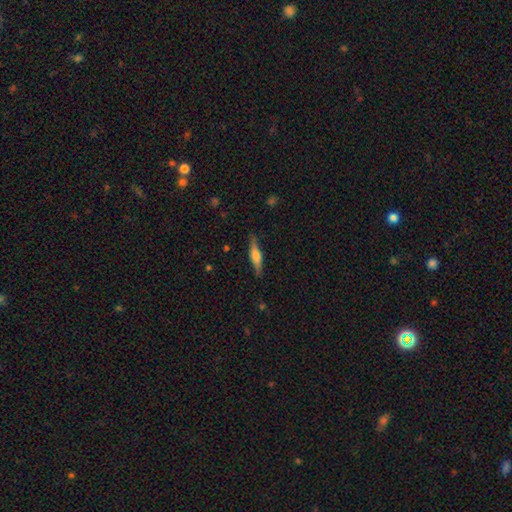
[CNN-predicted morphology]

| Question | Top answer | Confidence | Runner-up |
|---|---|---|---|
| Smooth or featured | featured or disk | 54% | smooth (40%) |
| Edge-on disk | yes | 95% | no (5%) |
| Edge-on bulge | rounded | 81% | boxy (14%) |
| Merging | none | 85% | minor disturbance (11%) |